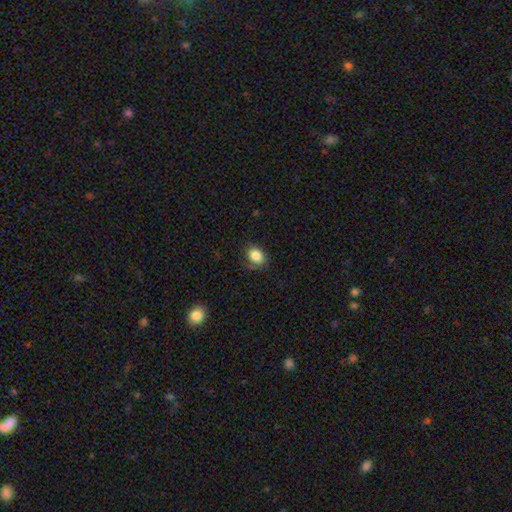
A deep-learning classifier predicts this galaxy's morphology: Smooth or featured?
  - smooth: 83% *
  - star or artifact: 10%
  - featured or disk: 7%
How rounded?
  - in between: 50% *
  - round: 49%
  - cigar-shaped: 1%
Merging?
  - none: 68% *
  - minor disturbance: 23%
  - major disturbance: 8%
  - merger: 2%